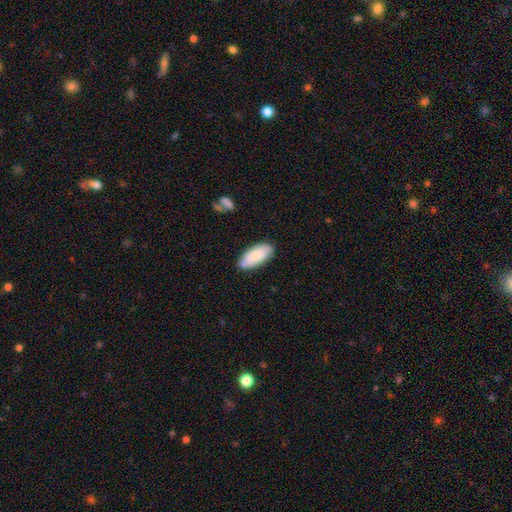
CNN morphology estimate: Q: Smooth or featured?
A: smooth (74%); runner-up: featured or disk (20%)
Q: How rounded?
A: in between (88%); runner-up: cigar-shaped (10%)
Q: Merging?
A: none (74%); runner-up: minor disturbance (19%)